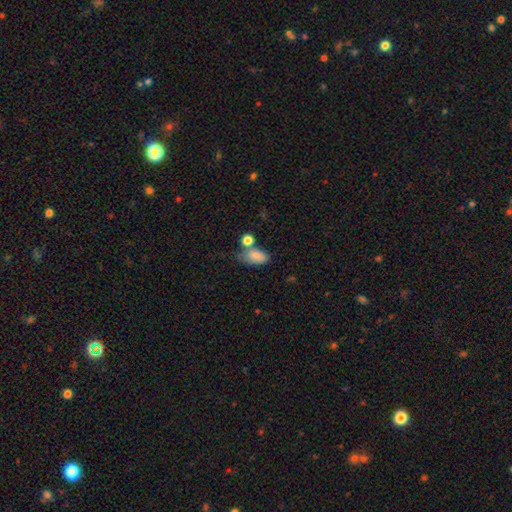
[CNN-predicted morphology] Q: Smooth or featured?
A: smooth (83%); runner-up: star or artifact (9%)
Q: How rounded?
A: in between (89%); runner-up: round (8%)
Q: Merging?
A: none (42%); runner-up: merger (25%)